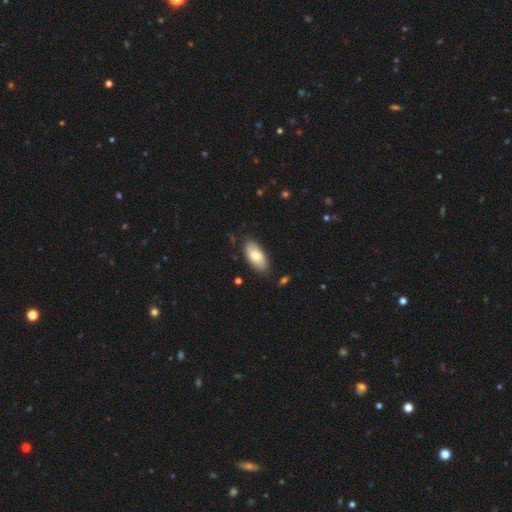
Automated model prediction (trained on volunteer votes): A smooth galaxy with no disk features (75%) that is in between round and cigar-shaped (91%). Merging: none (84%).